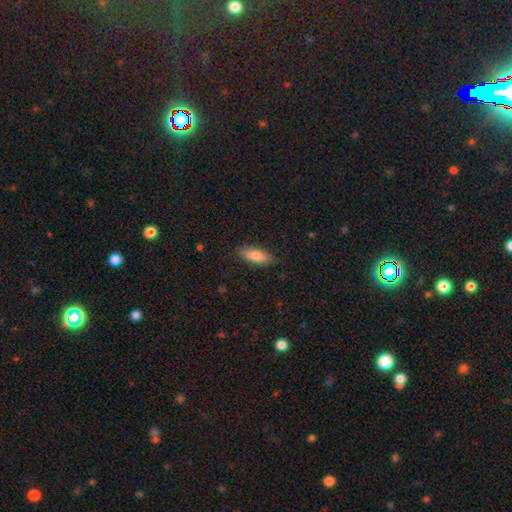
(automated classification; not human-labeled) This appears to be a smooth galaxy with no disk features (81%) that is in between round and cigar-shaped (66%). Merging: none (85%).